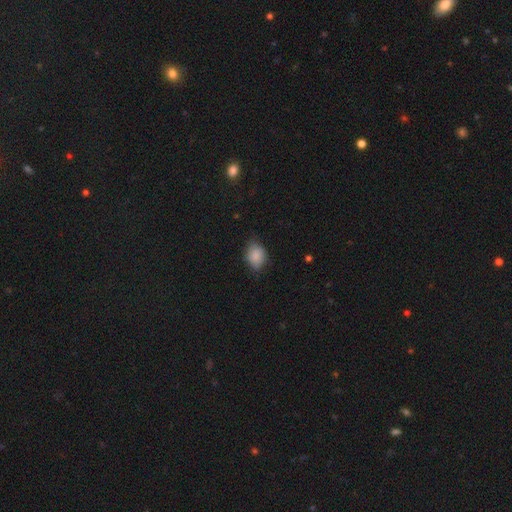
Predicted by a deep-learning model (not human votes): Smooth or featured?
  - smooth: 85% *
  - star or artifact: 8%
  - featured or disk: 7%
How rounded?
  - in between: 60% *
  - round: 38%
  - cigar-shaped: 1%
Merging?
  - none: 65% *
  - minor disturbance: 29%
  - major disturbance: 5%
  - merger: 1%